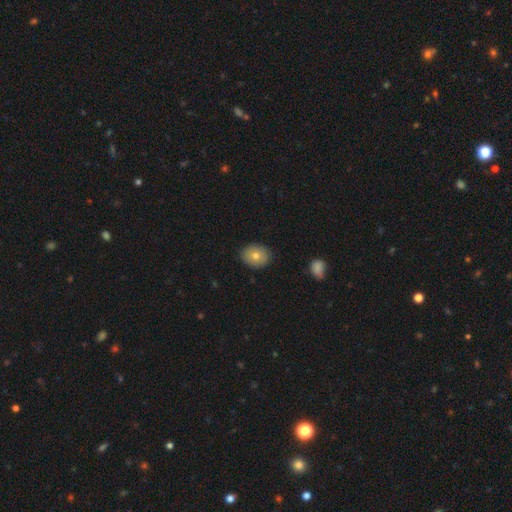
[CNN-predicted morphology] Q: Smooth or featured?
A: smooth (75%); runner-up: featured or disk (16%)
Q: How rounded?
A: round (65%); runner-up: in between (34%)
Q: Merging?
A: none (89%); runner-up: minor disturbance (8%)